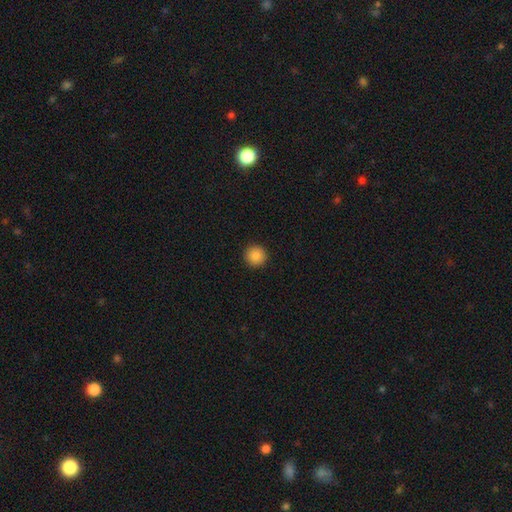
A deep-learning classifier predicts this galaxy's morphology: A smooth galaxy with no disk features (88%) that is round (95%). Merging: none (93%).